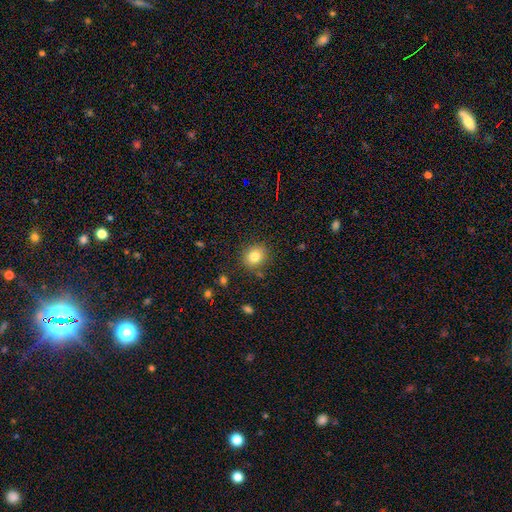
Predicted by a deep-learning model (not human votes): Smooth or featured? Predicted: smooth (p=0.82). How rounded? Predicted: round (p=0.75). Merging? Predicted: none (p=0.84).